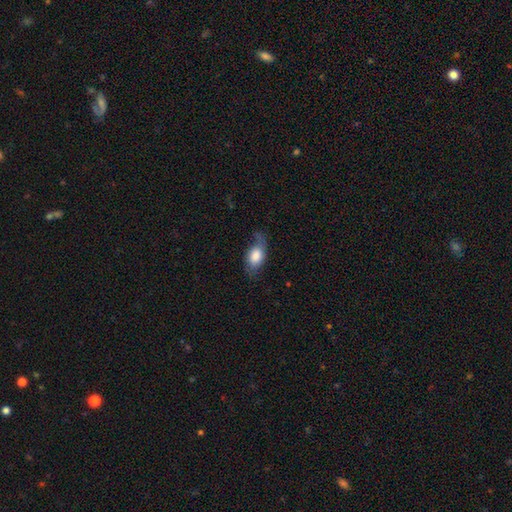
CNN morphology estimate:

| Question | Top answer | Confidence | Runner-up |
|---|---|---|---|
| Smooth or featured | smooth | 69% | featured or disk (24%) |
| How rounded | in between | 88% | round (8%) |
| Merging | none | 47% | minor disturbance (33%) |